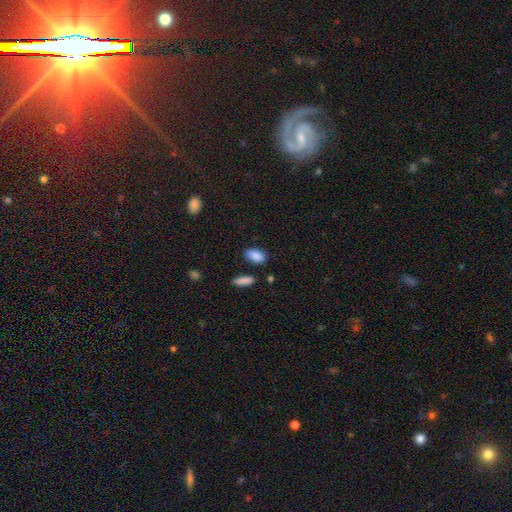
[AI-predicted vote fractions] Smooth or featured? Predicted: smooth (p=0.89). How rounded? Predicted: in between (p=0.91). Merging? Predicted: none (p=0.83).